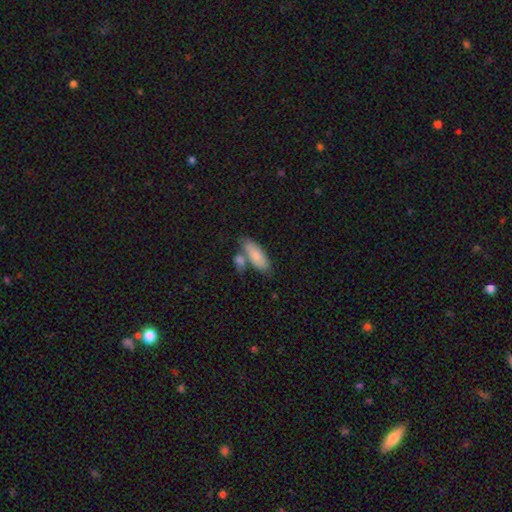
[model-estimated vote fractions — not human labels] smooth 81%, featured or disk 14%, star or artifact 6%. Down the decision tree: how rounded — in between (76%); merging — none (50%).